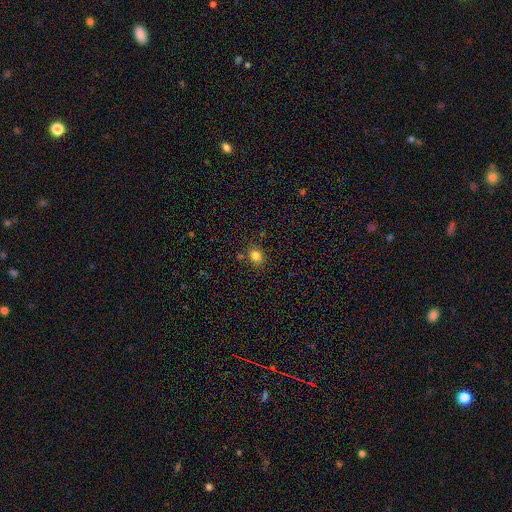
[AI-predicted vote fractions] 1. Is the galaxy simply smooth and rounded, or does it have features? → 82% smooth, 12% star or artifact, 6% featured or disk.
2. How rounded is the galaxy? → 51% round, 48% in between, 1% cigar-shaped.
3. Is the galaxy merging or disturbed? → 79% none, 13% minor disturbance, 5% merger, 3% major disturbance.